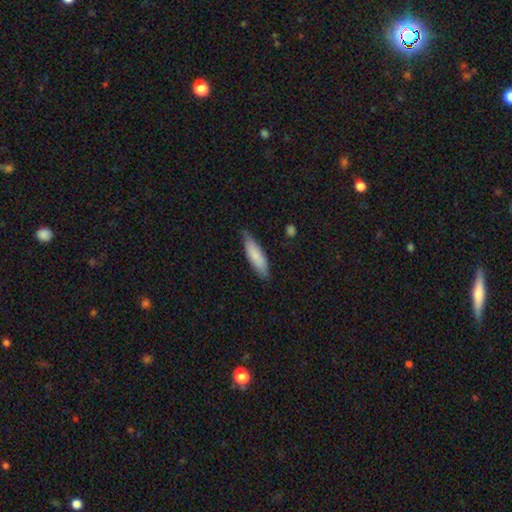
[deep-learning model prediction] Morphology: type=smooth (81%); roundness=cigar-shaped (61%); merging=none (79%).